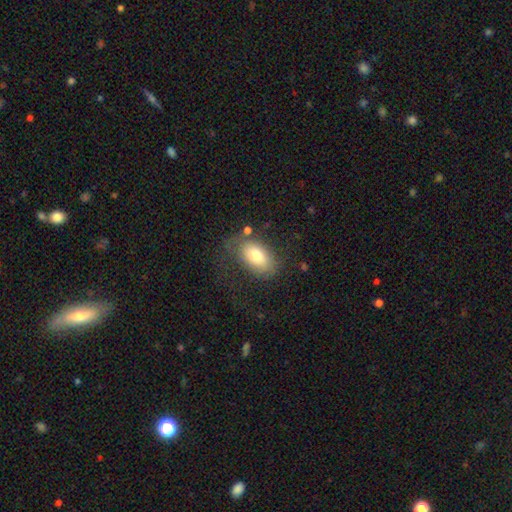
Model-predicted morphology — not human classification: Overall: smooth (74%). How rounded: in between (89%). Merging: none (61%; minor disturbance 21%).